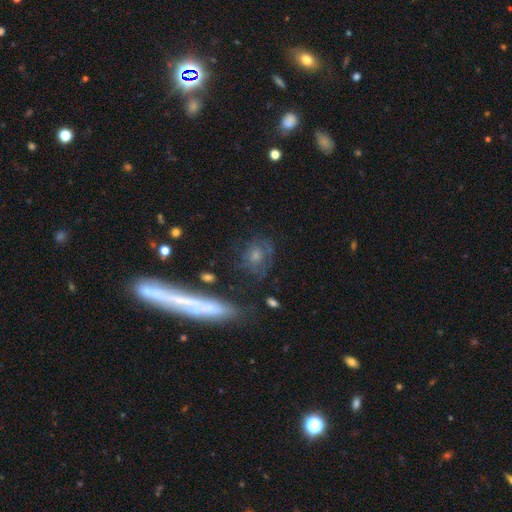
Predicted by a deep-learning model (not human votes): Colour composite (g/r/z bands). It shows a featured or disk galaxy (44%). Merging: none (60%).